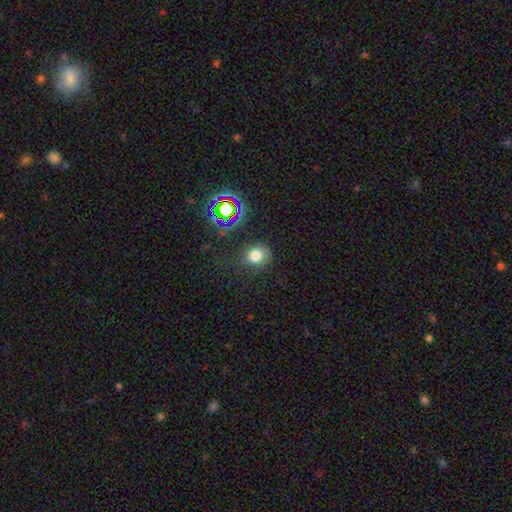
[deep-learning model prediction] smooth_or_featured: smooth (p=0.74) [alt: star or artifact p=0.17]
how_rounded: round (p=0.80) [alt: in between p=0.19]
merging: none (p=0.69) [alt: minor disturbance p=0.19]